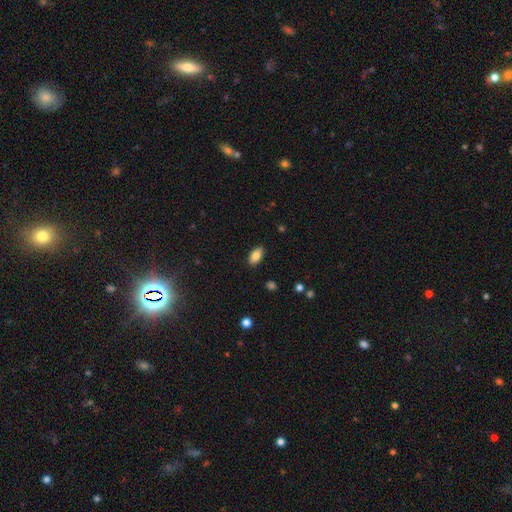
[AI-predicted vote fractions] Overall: smooth (85%). How rounded: in between (92%). Merging: none (88%).